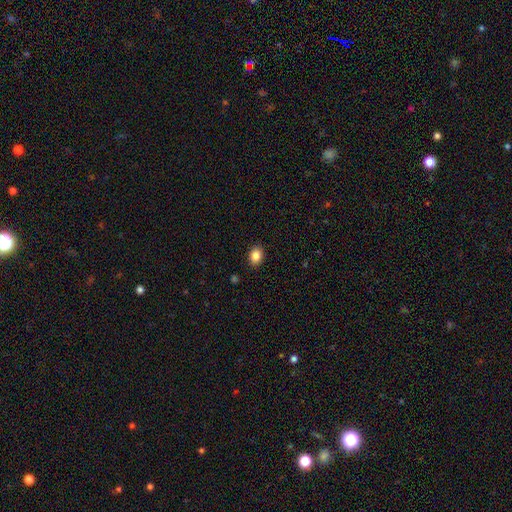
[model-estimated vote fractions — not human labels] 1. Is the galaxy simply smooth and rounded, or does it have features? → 86% smooth, 9% star or artifact, 5% featured or disk.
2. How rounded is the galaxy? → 65% in between, 34% round, 1% cigar-shaped.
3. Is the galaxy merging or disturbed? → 90% none, 7% minor disturbance, 2% major disturbance, 1% merger.